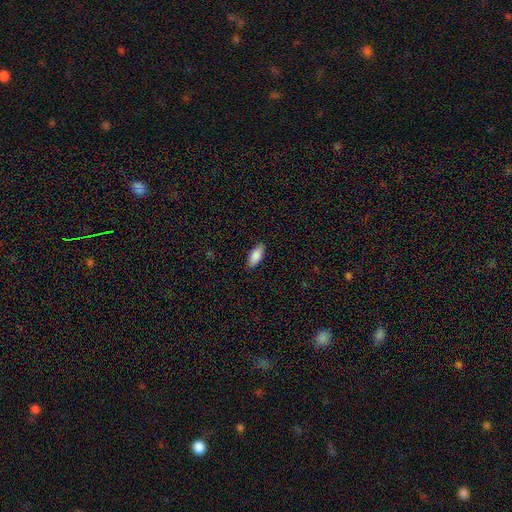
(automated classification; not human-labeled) This appears to be a smooth galaxy with no disk features (88%) that is in between round and cigar-shaped (87%). Merging: none (88%).